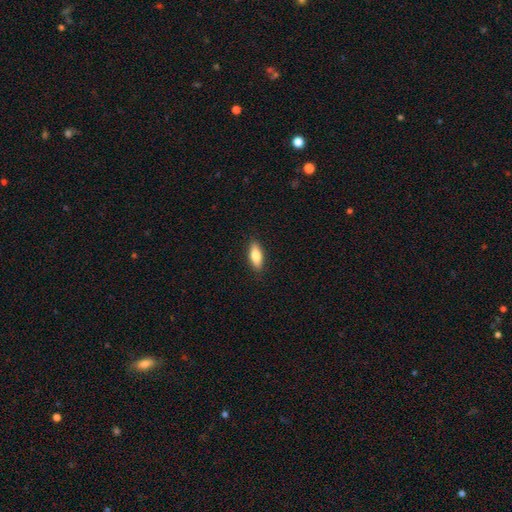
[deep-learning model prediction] This is likely a smooth galaxy (76%). How rounded: likely in between (67%). Merging: clearly none (89%).